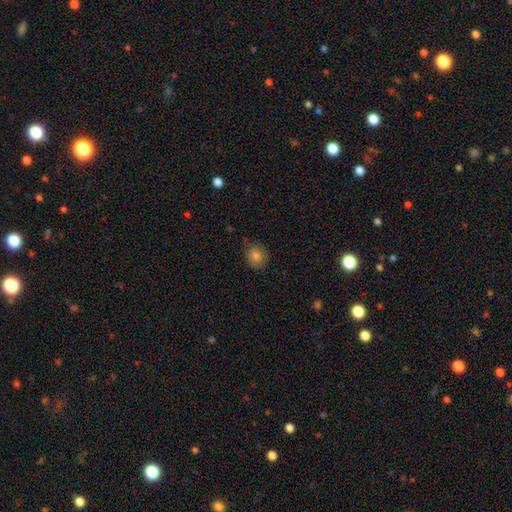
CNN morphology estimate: smooth-or-featured: smooth: 81% | star or artifact: 12% | featured or disk: 7%
  how-rounded: round: 81% | in between: 18% | cigar-shaped: 1%
  merging: none: 82% | minor disturbance: 14% | major disturbance: 2% | merger: 1%